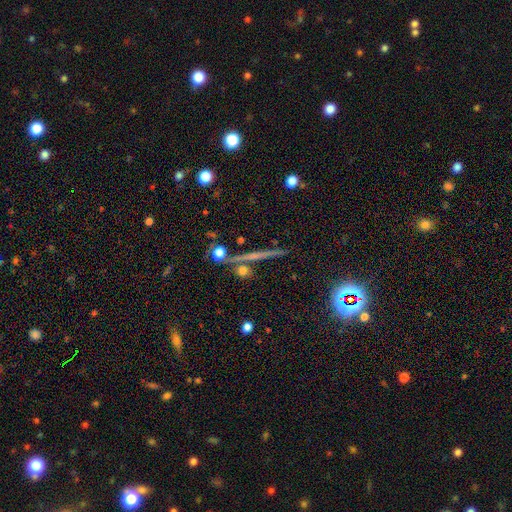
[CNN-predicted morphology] Smooth or featured: featured or disk — 48% (smooth — 26%)
Merging: none — 81% (merger — 8%)